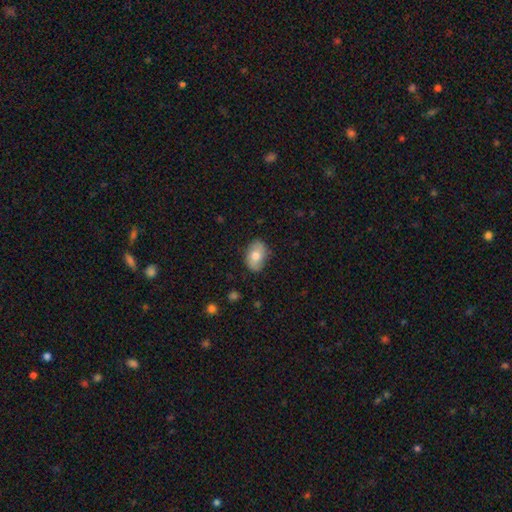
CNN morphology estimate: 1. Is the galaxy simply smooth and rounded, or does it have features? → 68% smooth, 25% featured or disk, 7% star or artifact.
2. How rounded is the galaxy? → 84% in between, 14% round, 1% cigar-shaped.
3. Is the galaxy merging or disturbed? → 80% none, 15% minor disturbance, 3% major disturbance, 1% merger.